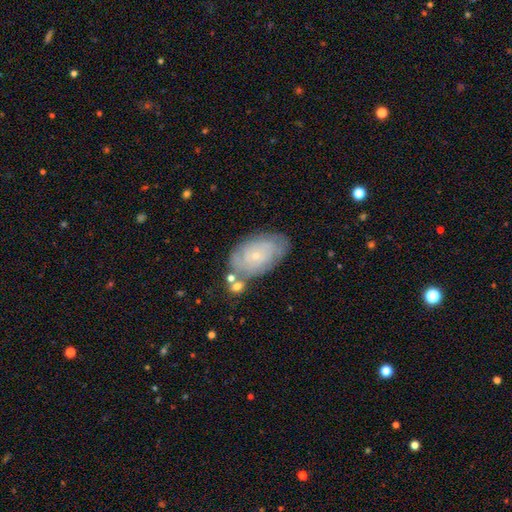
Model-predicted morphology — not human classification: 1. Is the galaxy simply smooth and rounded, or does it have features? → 57% featured or disk, 35% smooth, 8% star or artifact.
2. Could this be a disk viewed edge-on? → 94% no, 6% yes.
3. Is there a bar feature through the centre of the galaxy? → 84% no, 13% weak, 3% strong.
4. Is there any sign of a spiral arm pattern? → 72% yes, 28% no.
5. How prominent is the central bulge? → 80% small, 15% moderate, 2% none, 1% large, 1% dominant.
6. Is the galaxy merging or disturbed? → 68% none, 19% minor disturbance, 7% merger, 5% major disturbance.